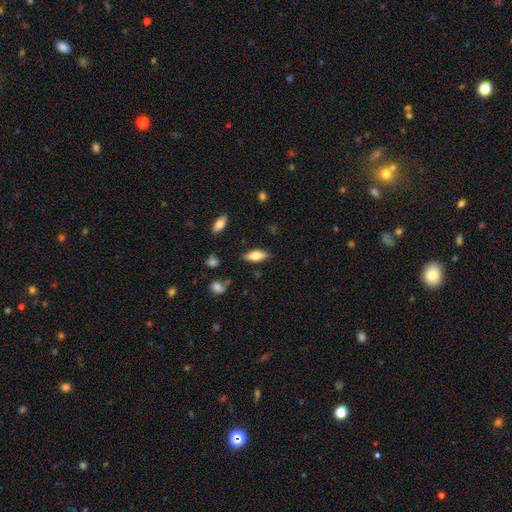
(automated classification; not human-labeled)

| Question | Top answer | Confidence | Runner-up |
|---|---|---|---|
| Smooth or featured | smooth | 62% | featured or disk (31%) |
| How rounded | in between | 65% | cigar-shaped (33%) |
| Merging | none | 84% | minor disturbance (11%) |